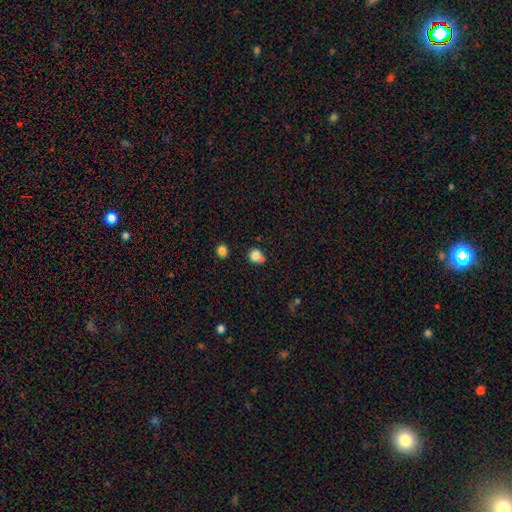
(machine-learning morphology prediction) A smooth galaxy with no disk features (82%) that is round (87%). Merging: none (63%).